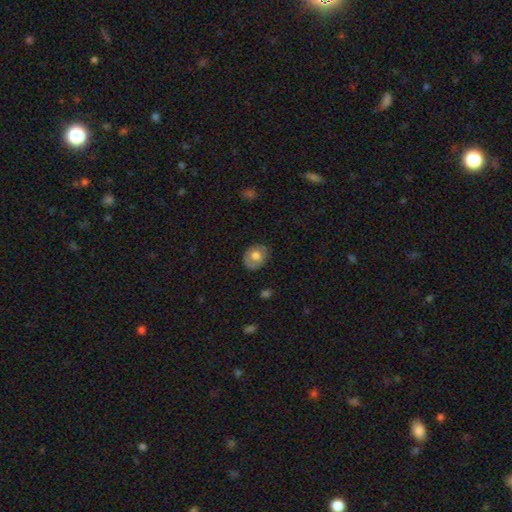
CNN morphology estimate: A smooth galaxy with no disk features (63%) that is round (54%).

Vote fractions:
- Smooth or featured? smooth: 63% / featured or disk: 30% / star or artifact: 7%
- How rounded? round: 54% / in between: 46% / cigar-shaped: 1%
- Merging? none: 77% / minor disturbance: 17% / major disturbance: 5% / merger: 1%